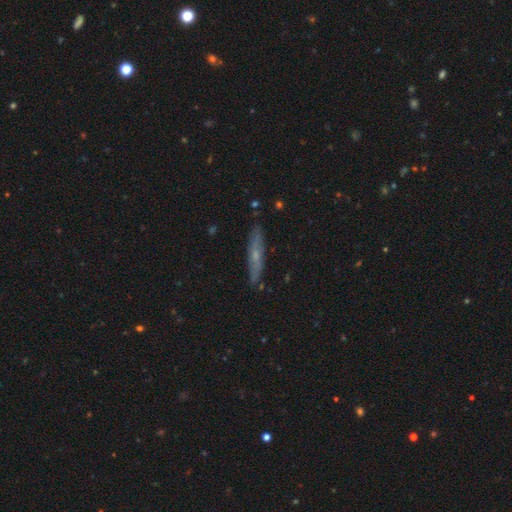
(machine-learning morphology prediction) A featured or disk galaxy (54%) viewed edge-on (83%).

Vote fractions:
- Smooth or featured? featured or disk: 54% / smooth: 39% / star or artifact: 8%
- Edge-on disk? yes: 83% / no: 17%
- Merging? none: 86% / minor disturbance: 11% / major disturbance: 2% / merger: 2%